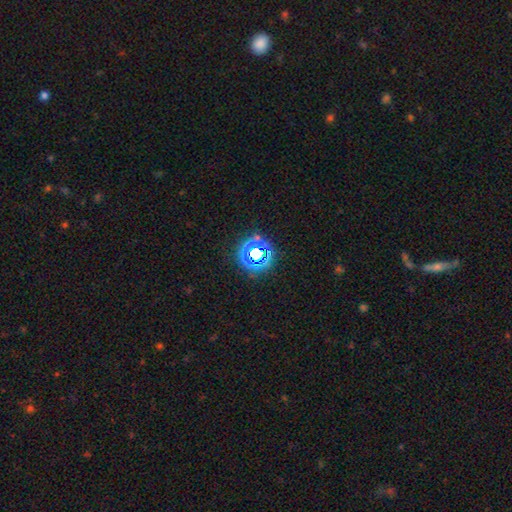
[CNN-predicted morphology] Q: Smooth or featured?
A: star or artifact (72%); runner-up: smooth (20%)